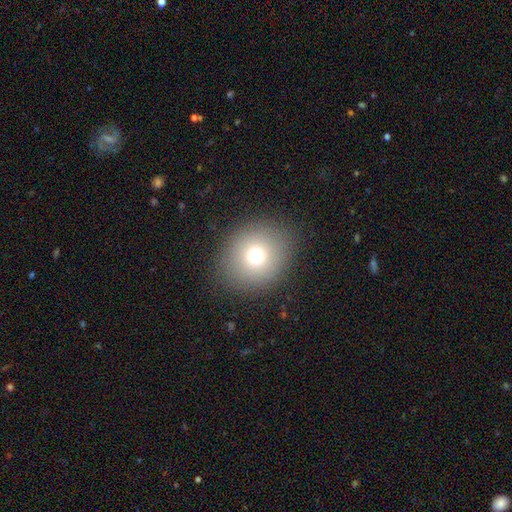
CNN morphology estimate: smooth 73%, star or artifact 16%, featured or disk 12%. Down the decision tree: how rounded — round (81%); merging — none (88%).